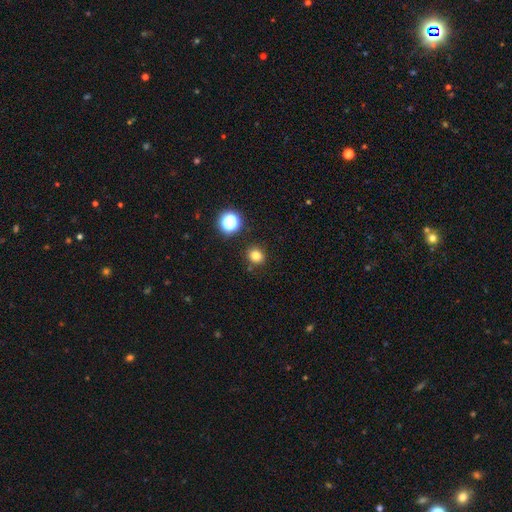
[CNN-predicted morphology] type=smooth (78%); roundness=round (86%); merging=none (86%).